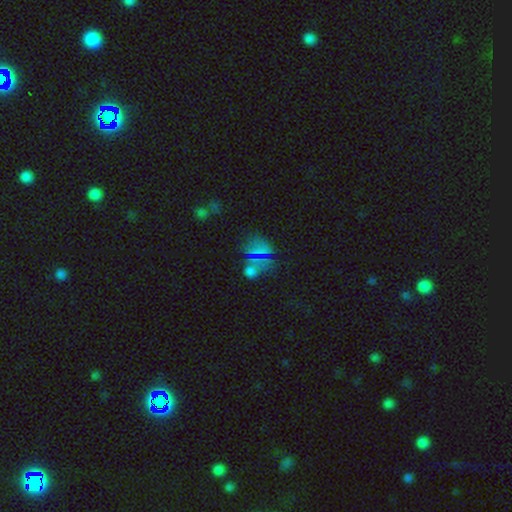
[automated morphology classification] Smooth or featured?
  - smooth: 48% *
  - star or artifact: 41%
  - featured or disk: 11%
Merging?
  - none: 58% *
  - merger: 18%
  - minor disturbance: 15%
  - major disturbance: 10%